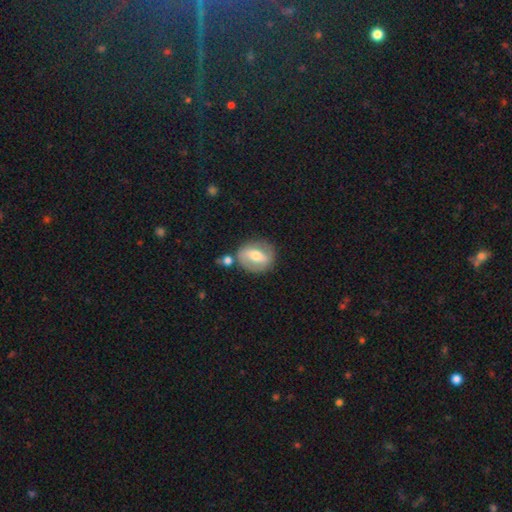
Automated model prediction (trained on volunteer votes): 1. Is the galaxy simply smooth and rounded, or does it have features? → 58% featured or disk, 35% smooth, 6% star or artifact.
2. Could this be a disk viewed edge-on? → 91% no, 9% yes.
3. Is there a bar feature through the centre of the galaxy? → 52% strong, 32% weak, 16% no.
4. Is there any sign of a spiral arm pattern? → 53% yes, 47% no.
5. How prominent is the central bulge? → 68% moderate, 19% small, 10% large, 1% none, 1% dominant.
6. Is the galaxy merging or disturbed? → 72% none, 14% minor disturbance, 9% merger, 5% major disturbance.